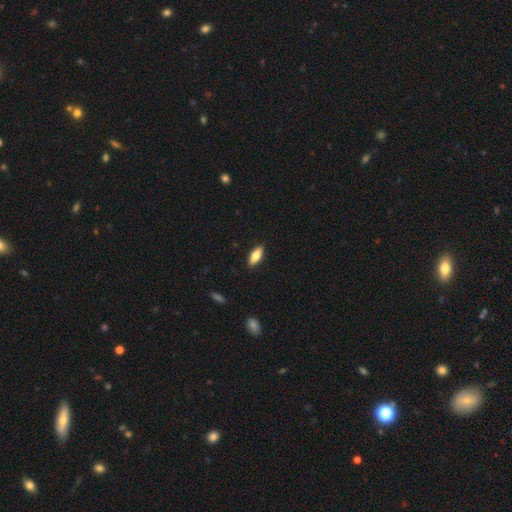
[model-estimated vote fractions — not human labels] Smooth or featured: smooth — 74% (featured or disk — 20%)
How rounded: in between — 70% (cigar-shaped — 27%)
Merging: none — 88% (minor disturbance — 9%)